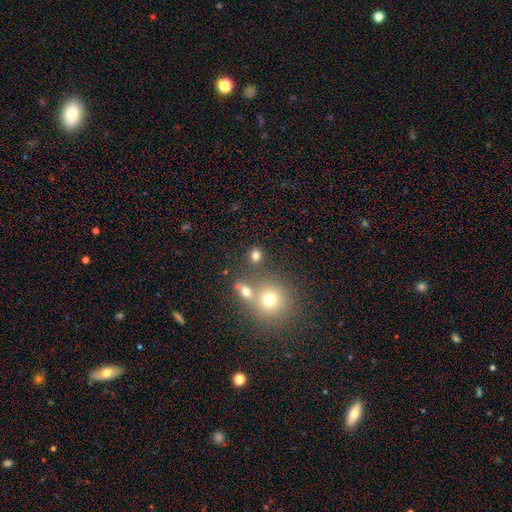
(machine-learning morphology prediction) The model was most divided on "merging": none: 72%, merger: 16%, minor disturbance: 8%, major disturbance: 4%. More confident: how rounded — round (78%); smooth or featured — smooth (76%).